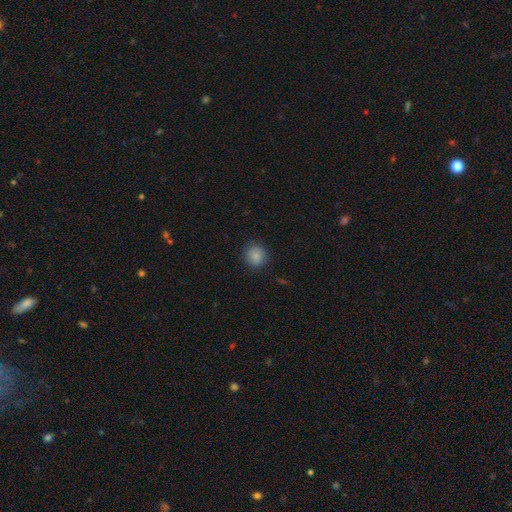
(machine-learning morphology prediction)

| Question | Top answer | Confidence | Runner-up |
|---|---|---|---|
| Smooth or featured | smooth | 85% | star or artifact (10%) |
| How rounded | round | 88% | in between (11%) |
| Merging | none | 86% | minor disturbance (10%) |